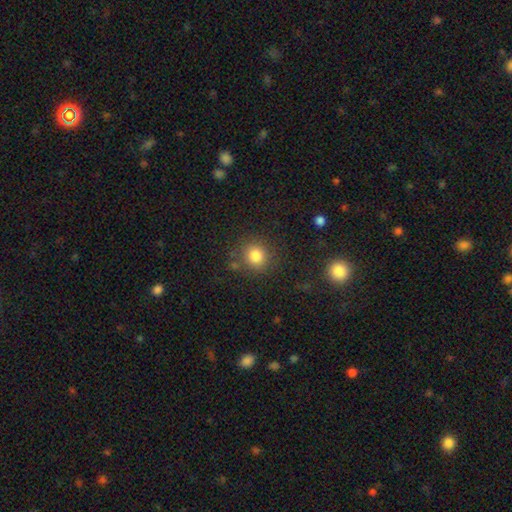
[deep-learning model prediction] Smooth or featured: smooth — 82% (star or artifact — 12%)
How rounded: round — 87% (in between — 12%)
Merging: none — 81% (minor disturbance — 11%)